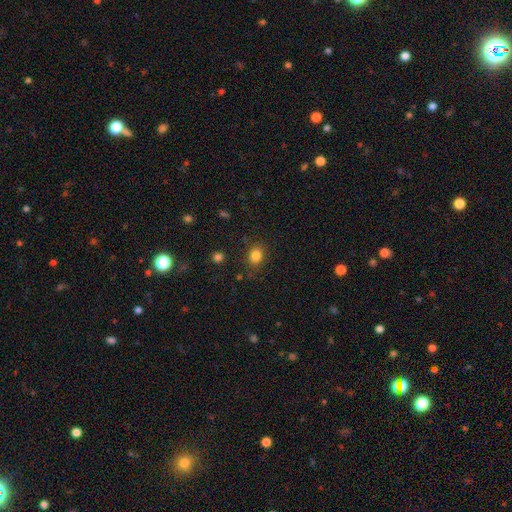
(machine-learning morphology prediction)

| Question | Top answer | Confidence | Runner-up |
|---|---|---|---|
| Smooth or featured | smooth | 83% | star or artifact (12%) |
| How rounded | round | 55% | in between (44%) |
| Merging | none | 81% | minor disturbance (13%) |